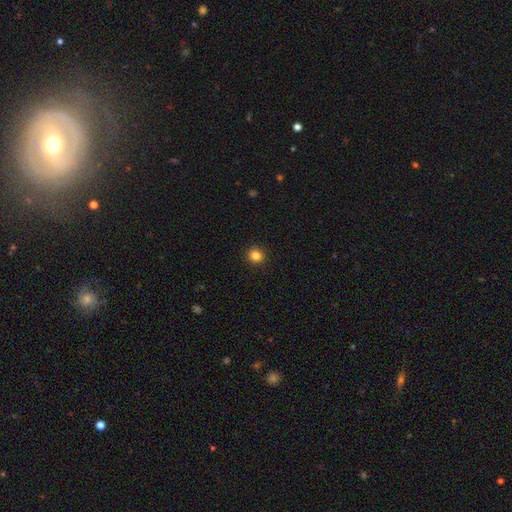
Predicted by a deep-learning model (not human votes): Smooth or featured? Predicted: smooth (p=0.85). How rounded? Predicted: round (p=0.92). Merging? Predicted: none (p=0.93).